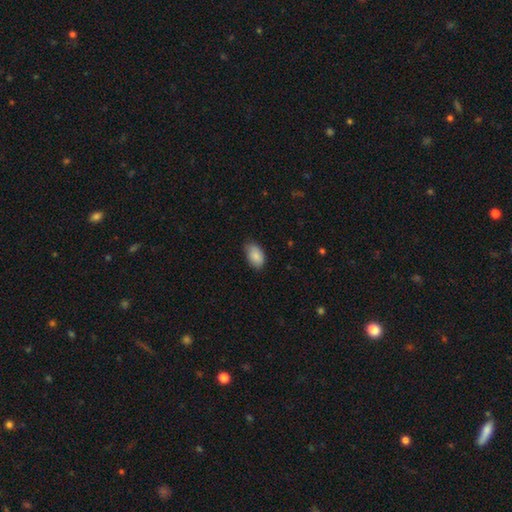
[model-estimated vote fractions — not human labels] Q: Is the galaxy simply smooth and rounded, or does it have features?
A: smooth — 87%.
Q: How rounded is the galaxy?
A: in between — 92%.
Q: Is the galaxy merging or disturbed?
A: none — 71%.